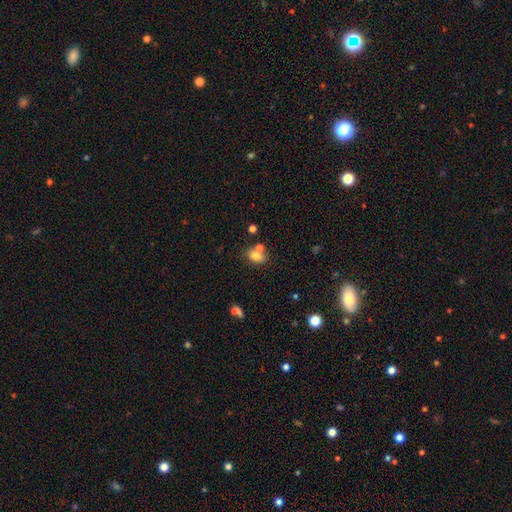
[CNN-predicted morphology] smooth 75%, featured or disk 13%, star or artifact 12%. Down the decision tree: how rounded — in between (75%); merging — none (51%).